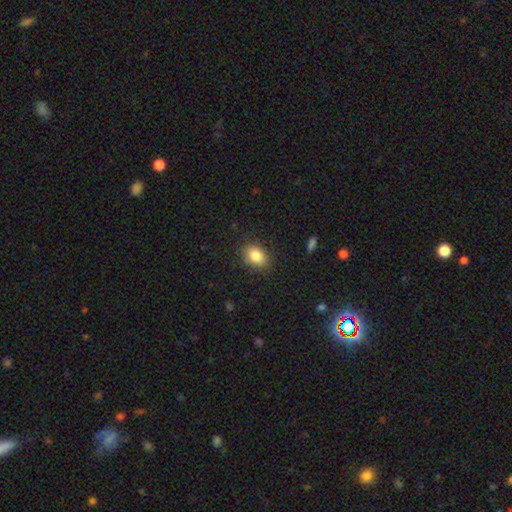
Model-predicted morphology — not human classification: Q: Smooth or featured?
A: smooth (84%); runner-up: star or artifact (9%)
Q: How rounded?
A: in between (74%); runner-up: round (25%)
Q: Merging?
A: none (84%); runner-up: minor disturbance (12%)